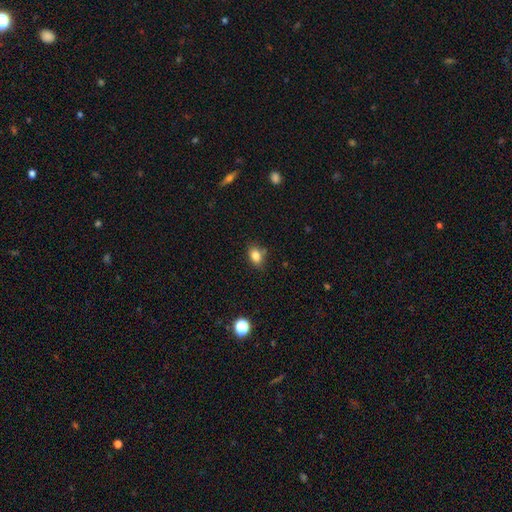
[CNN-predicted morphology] Smooth or featured?
  - smooth: 82% *
  - star or artifact: 11%
  - featured or disk: 7%
How rounded?
  - in between: 74% *
  - round: 24%
  - cigar-shaped: 2%
Merging?
  - none: 71% *
  - minor disturbance: 19%
  - merger: 6%
  - major disturbance: 4%